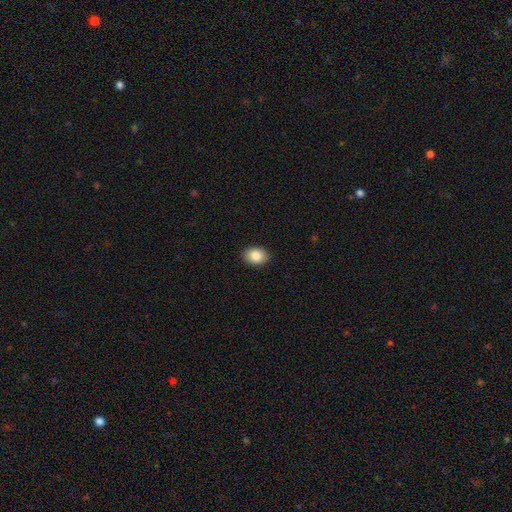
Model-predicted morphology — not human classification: Q: Smooth or featured?
A: smooth (86%); runner-up: star or artifact (8%)
Q: How rounded?
A: in between (76%); runner-up: round (23%)
Q: Merging?
A: none (89%); runner-up: minor disturbance (8%)